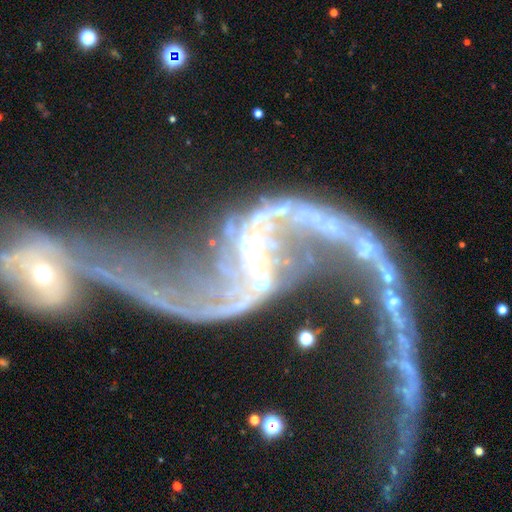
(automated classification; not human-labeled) Smooth or featured: featured or disk — 90% (star or artifact — 7%)
Edge-on disk: no — 96% (yes — 4%)
Bar: weak — 38% (no — 32%)
Spiral arms: yes — 93% (no — 7%)
Spiral winding: loose — 88% (medium — 9%)
Spiral arm count: 2 — 91% (1 — 3%)
Bulge size: small — 66% (moderate — 18%)
Merging: merger — 62% (major disturbance — 16%)